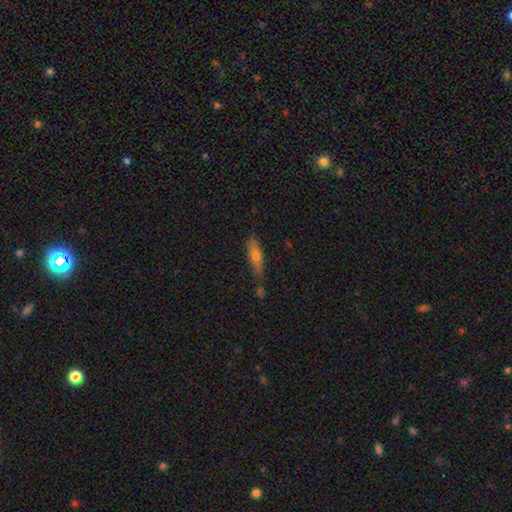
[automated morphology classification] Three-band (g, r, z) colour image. It shows a smooth galaxy with no disk features (56%) that is cigar-shaped (74%). Merging: none (74%).